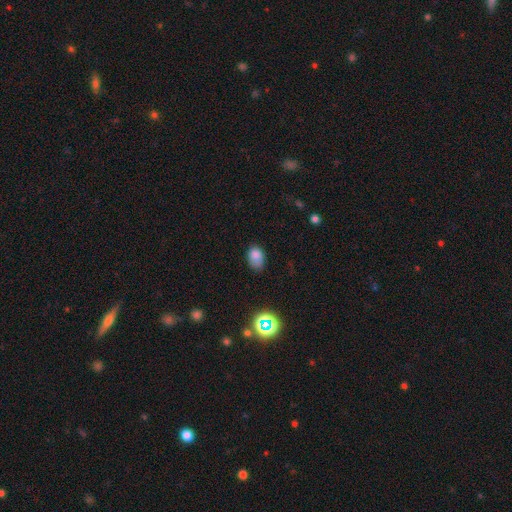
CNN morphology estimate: Smooth or featured: smooth — 78% (star or artifact — 14%)
How rounded: in between — 81% (round — 18%)
Merging: none — 57% (minor disturbance — 31%)